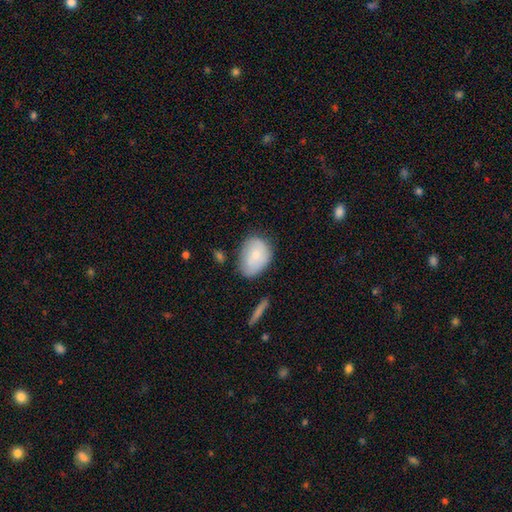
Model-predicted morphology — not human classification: The model was most divided on "merging": none: 64%, minor disturbance: 26%, major disturbance: 6%, merger: 4%. More confident: smooth or featured — smooth (74%); how rounded — in between (72%).